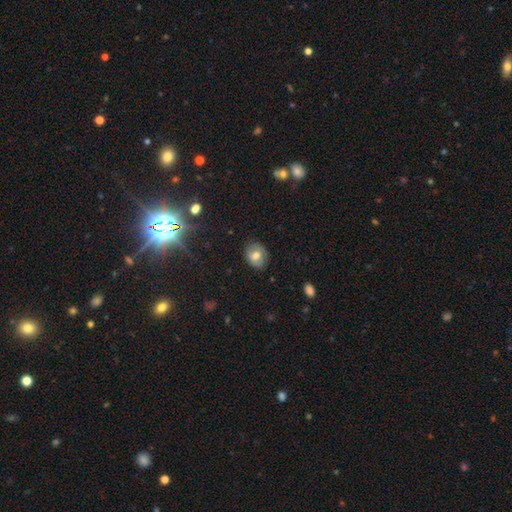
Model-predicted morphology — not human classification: type=smooth (68%); roundness=round (50%); merging=none (83%).